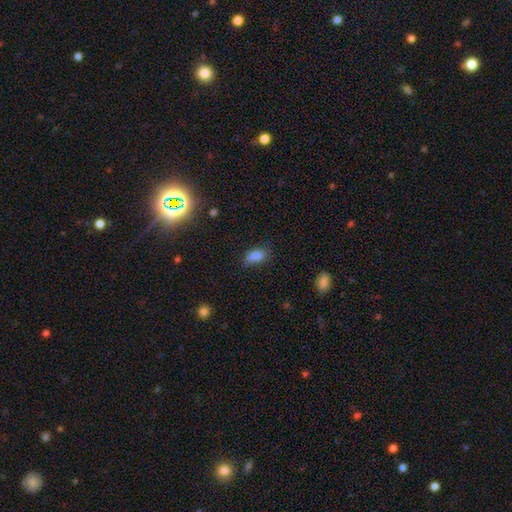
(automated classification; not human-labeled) Smooth or featured? Predicted: smooth (p=0.80). How rounded? Predicted: in between (p=0.87). Merging? Predicted: none (p=0.62).